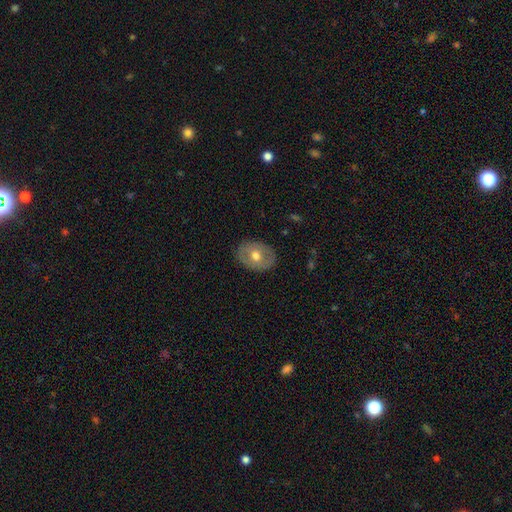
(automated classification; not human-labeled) A smooth galaxy with no disk features (56%) that is in between round and cigar-shaped (60%). Merging: none (85%).